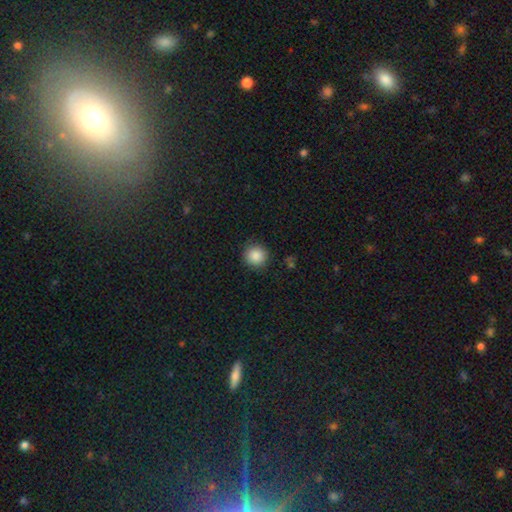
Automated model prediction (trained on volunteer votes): smooth-or-featured: smooth: 87% | star or artifact: 9% | featured or disk: 4%
  how-rounded: round: 93% | in between: 6% | cigar-shaped: 1%
  merging: none: 88% | minor disturbance: 8% | major disturbance: 2% | merger: 1%